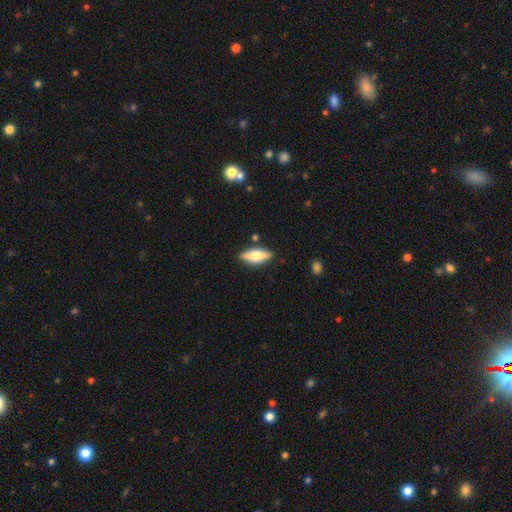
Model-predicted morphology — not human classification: Smooth or featured? smooth (57%)
How rounded? in between (58%)
Merging? none (85%)